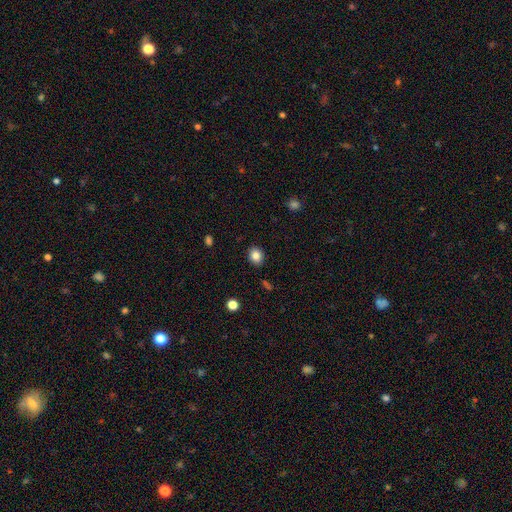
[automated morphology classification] smooth_or_featured: smooth (p=0.83) [alt: star or artifact p=0.10]
how_rounded: round (p=0.58) [alt: in between p=0.41]
merging: none (p=0.89) [alt: minor disturbance p=0.08]